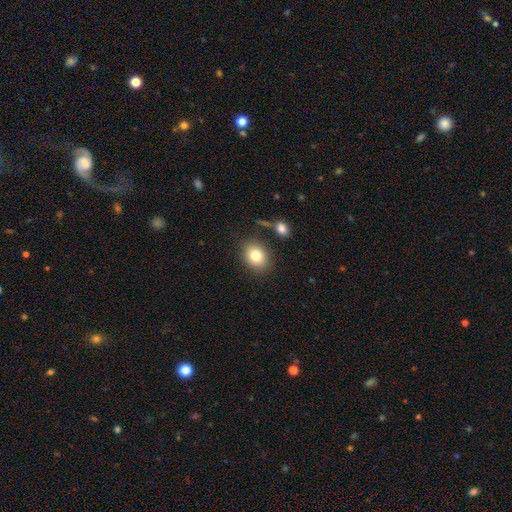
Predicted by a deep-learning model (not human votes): Q: Smooth or featured?
A: smooth (81%); runner-up: star or artifact (9%)
Q: How rounded?
A: round (50%); runner-up: in between (49%)
Q: Merging?
A: none (81%); runner-up: minor disturbance (11%)